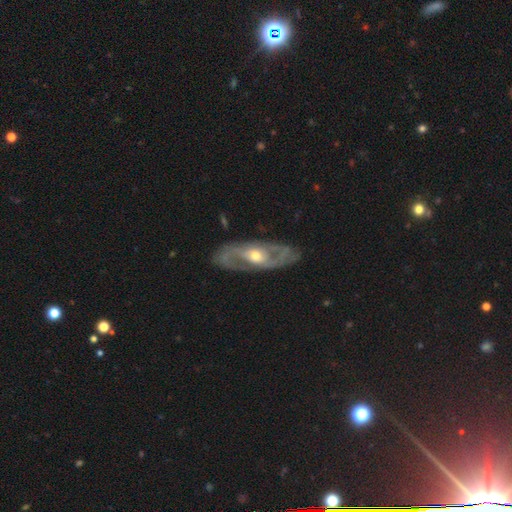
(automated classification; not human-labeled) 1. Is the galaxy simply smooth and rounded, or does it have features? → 82% featured or disk, 14% smooth, 4% star or artifact.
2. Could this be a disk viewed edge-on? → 88% no, 12% yes.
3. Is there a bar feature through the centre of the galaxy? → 60% no, 28% weak, 11% strong.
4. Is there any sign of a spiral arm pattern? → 80% yes, 20% no.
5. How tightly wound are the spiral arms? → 45% medium, 35% tight, 20% loose.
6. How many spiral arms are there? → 79% 2, 13% can't tell, 3% 1, 3% 3, 1% 4, 1% more than 4.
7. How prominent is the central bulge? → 64% moderate, 29% small, 5% large, 1% none, 1% dominant.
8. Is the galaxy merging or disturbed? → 80% none, 14% minor disturbance, 5% major disturbance, 1% merger.